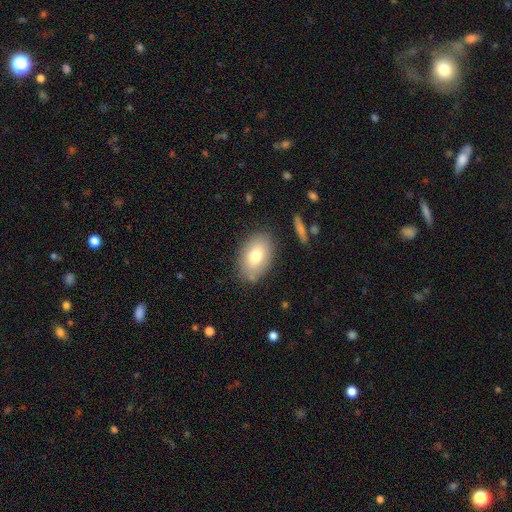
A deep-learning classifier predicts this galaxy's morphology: Smooth or featured: smooth — 74% (featured or disk — 18%)
How rounded: in between — 88% (round — 11%)
Merging: none — 81% (minor disturbance — 13%)